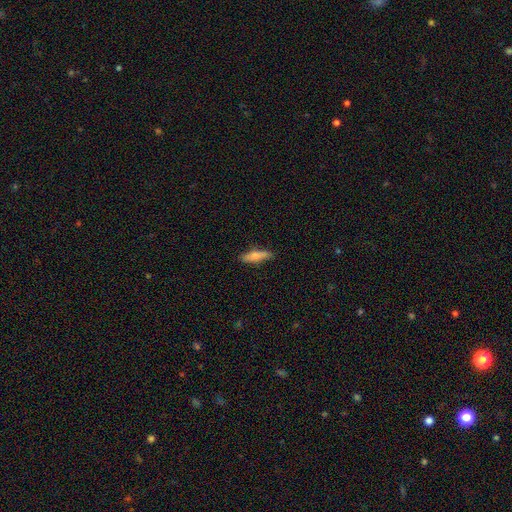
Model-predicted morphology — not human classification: This appears to be a smooth galaxy with no disk features (76%) that is cigar-shaped (73%). Merging: none (82%).